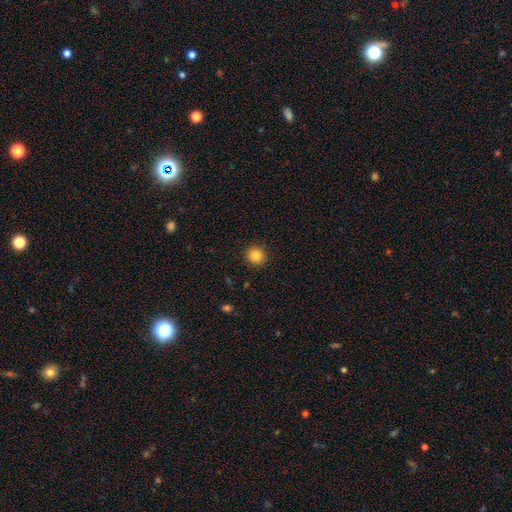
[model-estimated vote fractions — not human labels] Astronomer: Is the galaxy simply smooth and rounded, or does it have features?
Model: smooth — 84%.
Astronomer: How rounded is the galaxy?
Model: round — 93%.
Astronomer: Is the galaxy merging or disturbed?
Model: none — 92%.